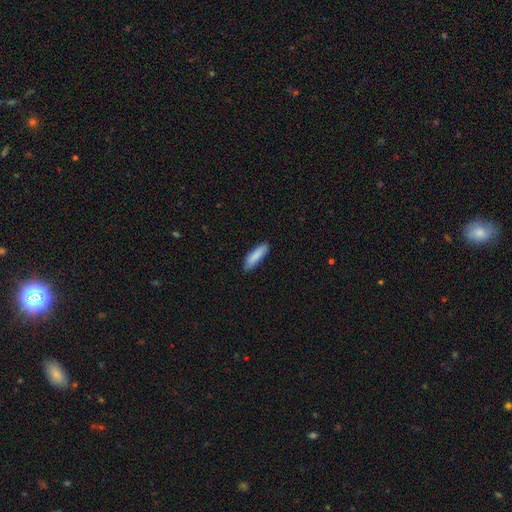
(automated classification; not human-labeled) This appears to be a smooth galaxy with no disk features (86%) that is cigar-shaped (61%). Merging: none (83%).